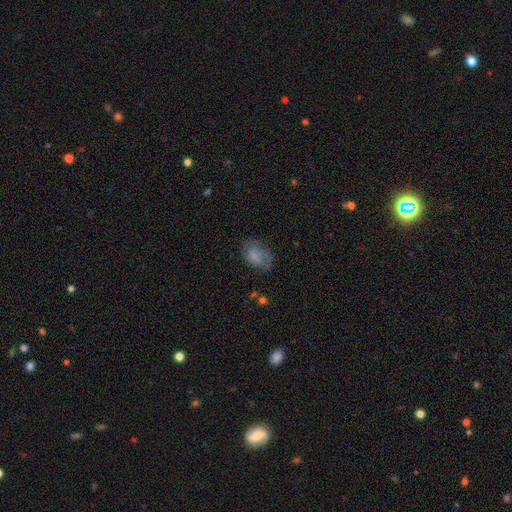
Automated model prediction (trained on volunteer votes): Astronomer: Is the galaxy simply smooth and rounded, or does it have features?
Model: smooth — 63%.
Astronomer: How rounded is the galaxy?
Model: in between — 82%.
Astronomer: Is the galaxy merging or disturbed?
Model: none — 55%.